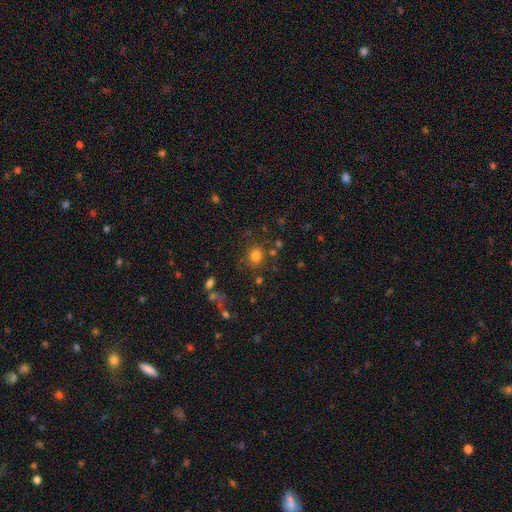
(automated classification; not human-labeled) Smooth or featured? smooth (78%)
How rounded? round (77%)
Merging? none (79%)